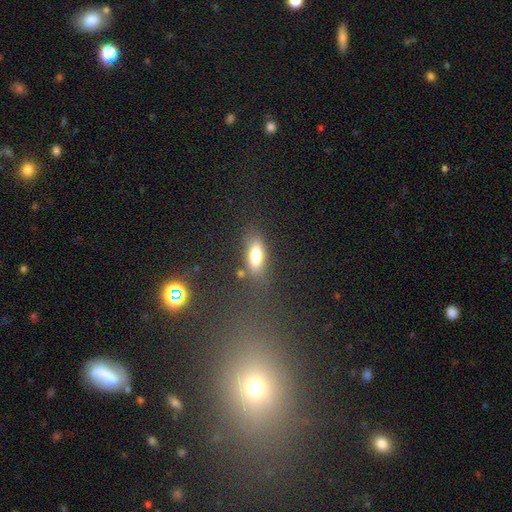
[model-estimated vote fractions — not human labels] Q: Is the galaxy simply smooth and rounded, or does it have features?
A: smooth — 76%.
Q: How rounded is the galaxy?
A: in between — 73%.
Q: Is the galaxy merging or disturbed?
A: none — 73%.